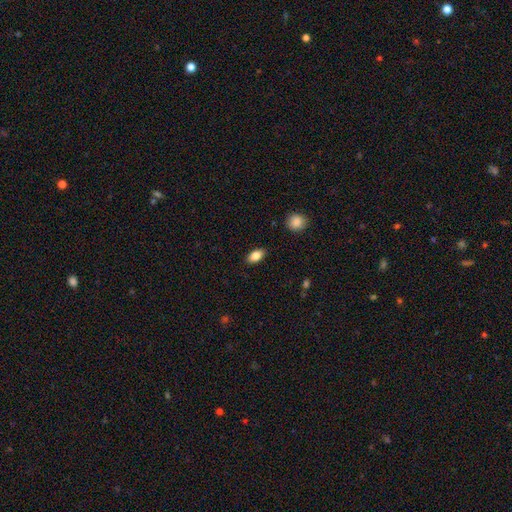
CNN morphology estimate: smooth_or_featured: smooth (p=0.85) [alt: star or artifact p=0.08]
how_rounded: in between (p=0.90) [alt: round p=0.06]
merging: none (p=0.88) [alt: minor disturbance p=0.09]